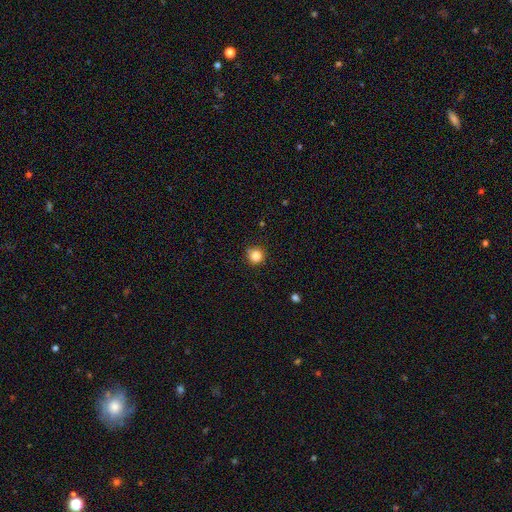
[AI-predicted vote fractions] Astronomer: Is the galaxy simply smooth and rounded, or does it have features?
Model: smooth — 84%.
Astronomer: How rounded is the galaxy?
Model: round — 94%.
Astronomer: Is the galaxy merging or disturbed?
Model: none — 86%.